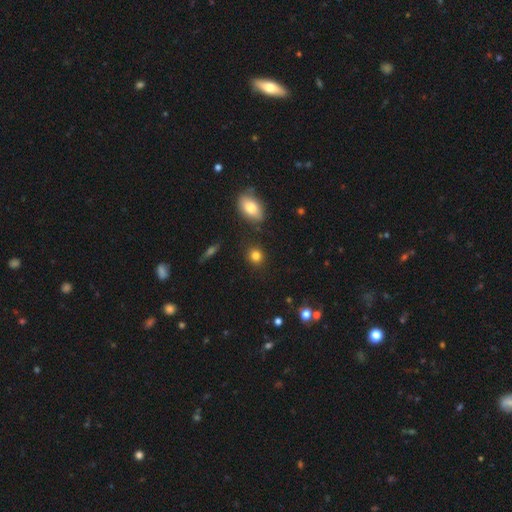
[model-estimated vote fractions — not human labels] Smooth or featured: smooth — 83% (star or artifact — 11%)
How rounded: round — 75% (in between — 24%)
Merging: none — 86% (minor disturbance — 9%)